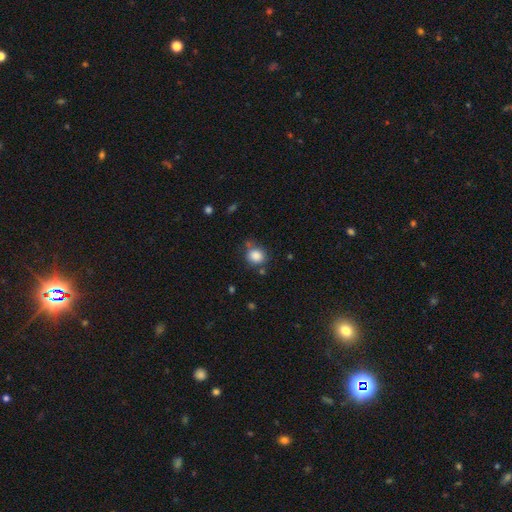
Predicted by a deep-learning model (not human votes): A smooth galaxy with no disk features (85%) that is round (78%).

Vote fractions:
- Smooth or featured? smooth: 85% / star or artifact: 10% / featured or disk: 5%
- How rounded? round: 78% / in between: 21% / cigar-shaped: 1%
- Merging? none: 70% / minor disturbance: 18% / merger: 7% / major disturbance: 5%